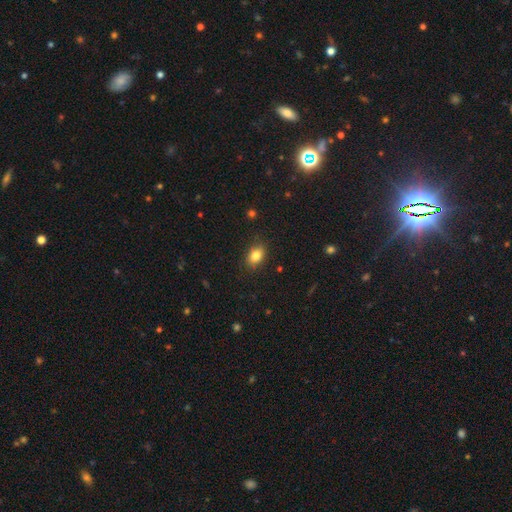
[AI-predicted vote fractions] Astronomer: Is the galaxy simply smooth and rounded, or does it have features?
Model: smooth — 84%.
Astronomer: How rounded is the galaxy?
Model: in between — 80%.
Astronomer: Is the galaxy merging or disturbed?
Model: none — 84%.